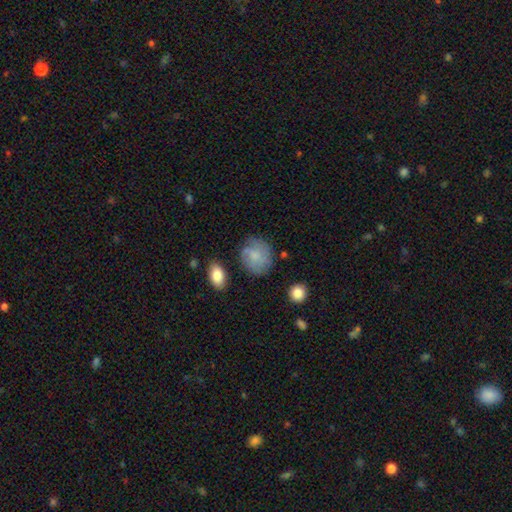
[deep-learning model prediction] smooth 71%, featured or disk 21%, star or artifact 8%. Down the decision tree: how rounded — round (71%); merging — none (65%).